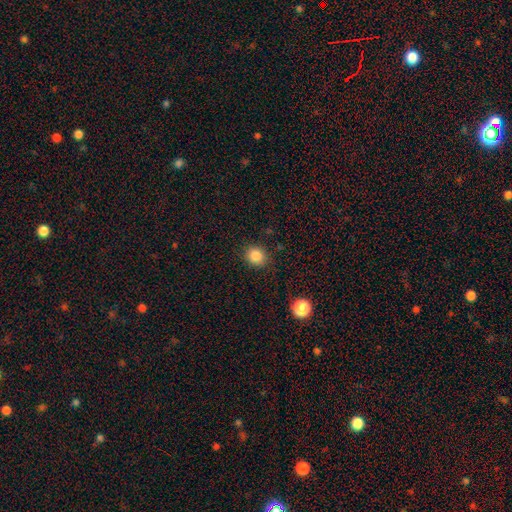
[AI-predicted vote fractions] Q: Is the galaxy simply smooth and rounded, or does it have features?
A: smooth — 85%.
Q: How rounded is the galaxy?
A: round — 73%.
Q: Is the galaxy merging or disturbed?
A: none — 86%.